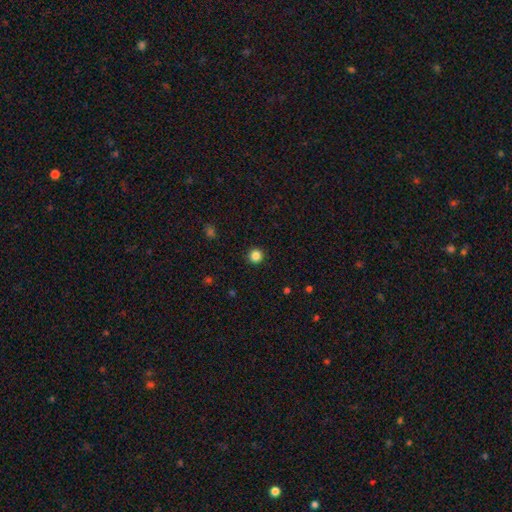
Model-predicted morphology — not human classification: Q: Smooth or featured?
A: smooth (85%); runner-up: star or artifact (11%)
Q: How rounded?
A: round (95%); runner-up: in between (4%)
Q: Merging?
A: none (93%); runner-up: minor disturbance (4%)